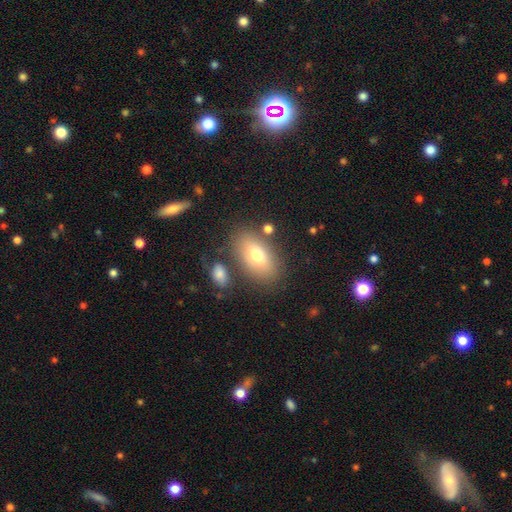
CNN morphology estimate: Overall: smooth (72%). How rounded: in between (89%). Merging: none (76%).